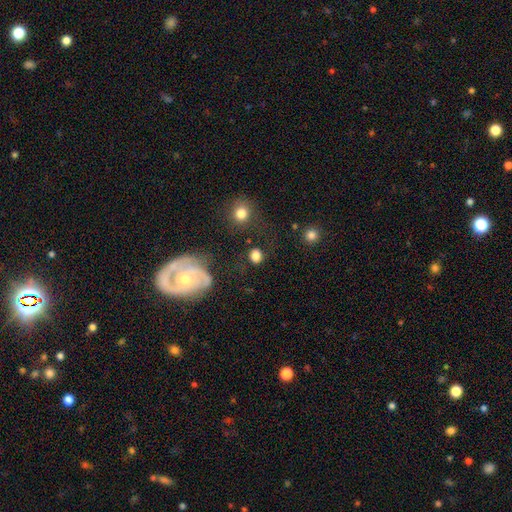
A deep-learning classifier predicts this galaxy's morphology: smooth-or-featured: smooth: 78% | featured or disk: 11% | star or artifact: 10%
  how-rounded: round: 70% | in between: 29% | cigar-shaped: 1%
  merging: none: 72% | minor disturbance: 14% | major disturbance: 9% | merger: 5%